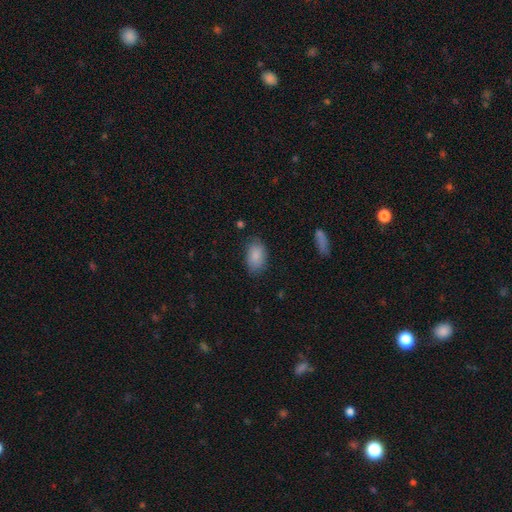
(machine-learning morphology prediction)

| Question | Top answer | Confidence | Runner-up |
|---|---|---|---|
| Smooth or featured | smooth | 86% | featured or disk (7%) |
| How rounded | in between | 92% | round (7%) |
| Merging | none | 76% | minor disturbance (18%) |